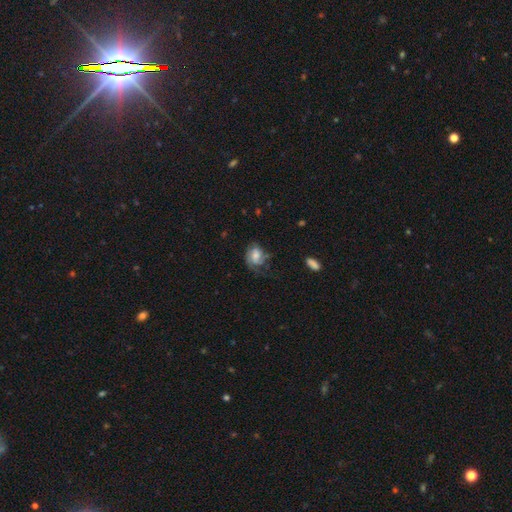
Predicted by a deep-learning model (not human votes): smooth-or-featured: featured or disk: 49% | smooth: 42% | star or artifact: 9%
  merging: none: 43% | major disturbance: 27% | minor disturbance: 27% | merger: 3%